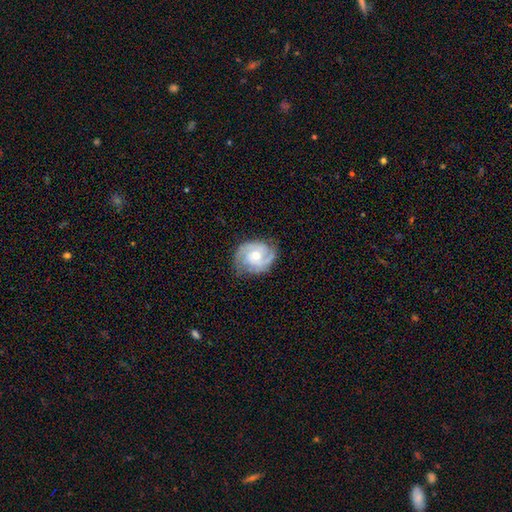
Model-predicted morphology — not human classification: Smooth or featured: featured or disk — 80% (smooth — 14%)
Edge-on disk: no — 97% (yes — 3%)
Bar: no — 68% (weak — 26%)
Spiral arms: yes — 94% (no — 6%)
Spiral winding: tight — 54% (medium — 37%)
Spiral arm count: 2 — 56% (3 — 19%)
Bulge size: moderate — 61% (small — 34%)
Merging: none — 72% (minor disturbance — 20%)